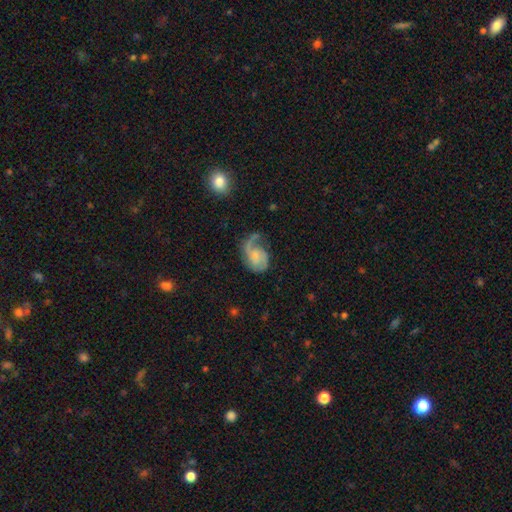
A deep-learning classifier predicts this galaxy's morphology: This appears to be a featured or disk galaxy (75%) with no bar (60%), 2 (54%) loose (41%, tied with medium) spiral arms (93%) and a small central bulge (50%). Merging: none (39%).